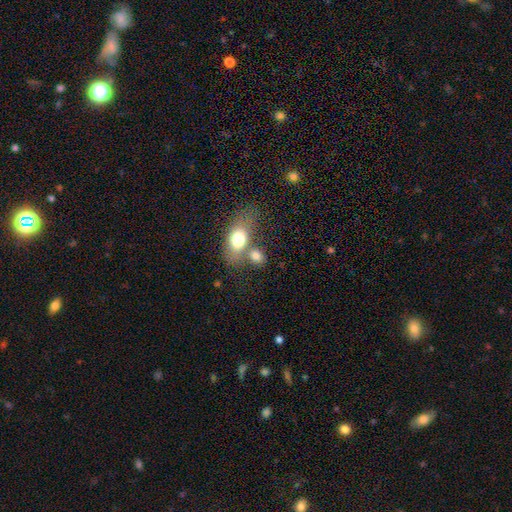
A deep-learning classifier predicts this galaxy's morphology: type=smooth (77%); roundness=in between (63%); merging=none (42%).